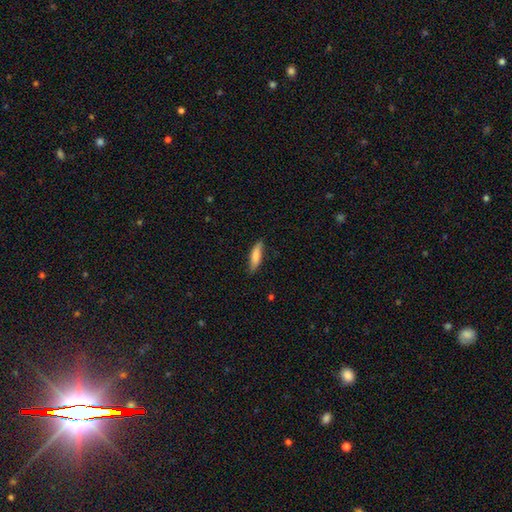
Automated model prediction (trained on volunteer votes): Smooth or featured? Predicted: smooth (p=0.78). How rounded? Predicted: cigar-shaped (p=0.66). Merging? Predicted: none (p=0.80).